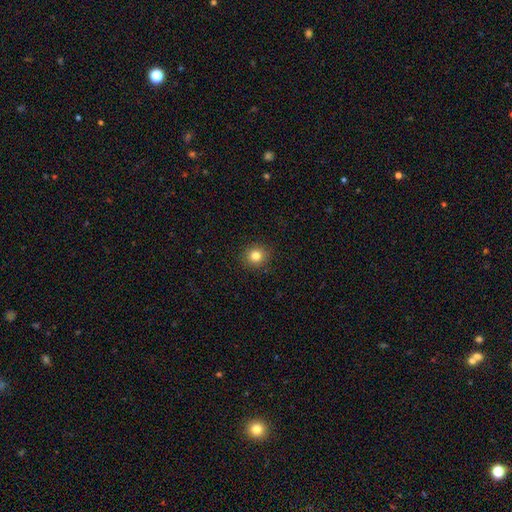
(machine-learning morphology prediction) type=smooth (82%); roundness=round (89%); merging=none (92%).